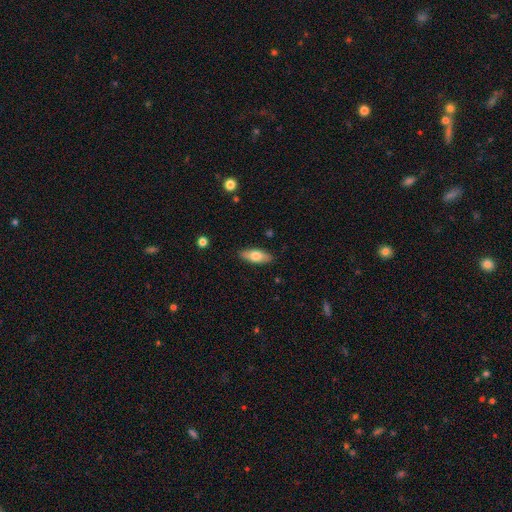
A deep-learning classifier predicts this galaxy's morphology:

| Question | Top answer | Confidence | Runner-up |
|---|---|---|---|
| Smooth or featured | smooth | 71% | featured or disk (23%) |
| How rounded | in between | 78% | cigar-shaped (20%) |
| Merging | none | 87% | minor disturbance (10%) |